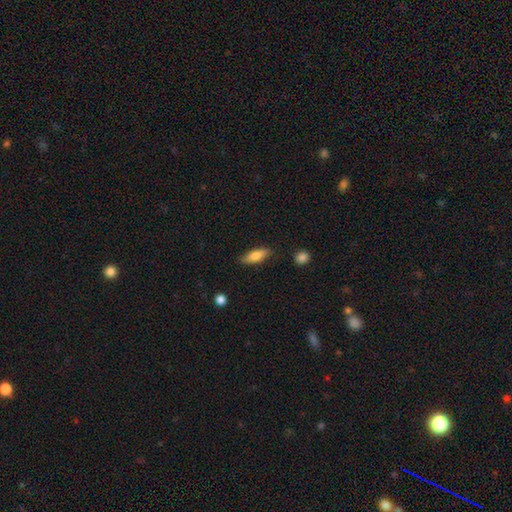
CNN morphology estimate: smooth-or-featured: smooth: 75% | featured or disk: 18% | star or artifact: 7%
  how-rounded: in between: 59% | cigar-shaped: 38% | round: 3%
  merging: none: 82% | minor disturbance: 13% | major disturbance: 3% | merger: 2%